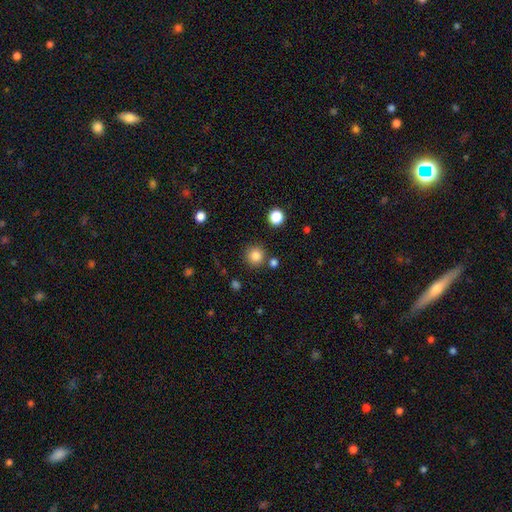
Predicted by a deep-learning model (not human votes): Morphology: type=smooth (83%); roundness=round (94%); merging=none (85%).